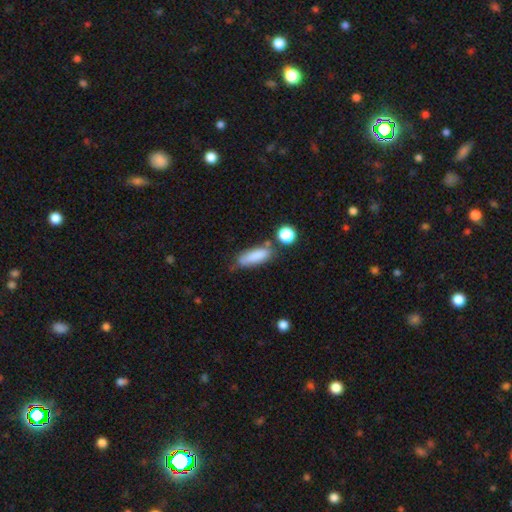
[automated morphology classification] A smooth galaxy with no disk features (82%) that is in between round and cigar-shaped (60%). Merging: none (59%).